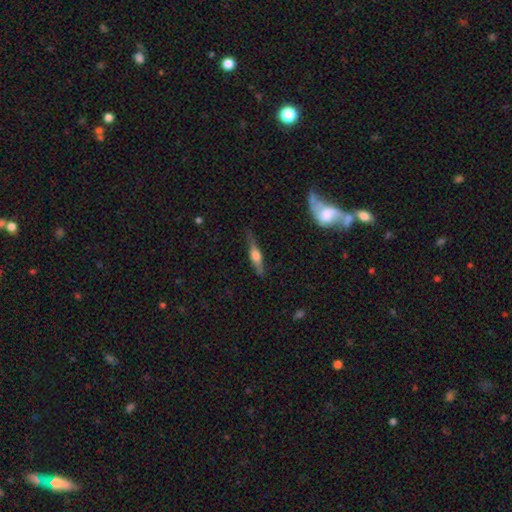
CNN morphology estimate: Q: Smooth or featured?
A: featured or disk (62%); runner-up: smooth (32%)
Q: Edge-on disk?
A: yes (96%); runner-up: no (4%)
Q: Edge-on bulge?
A: rounded (85%); runner-up: boxy (11%)
Q: Merging?
A: none (80%); runner-up: minor disturbance (15%)